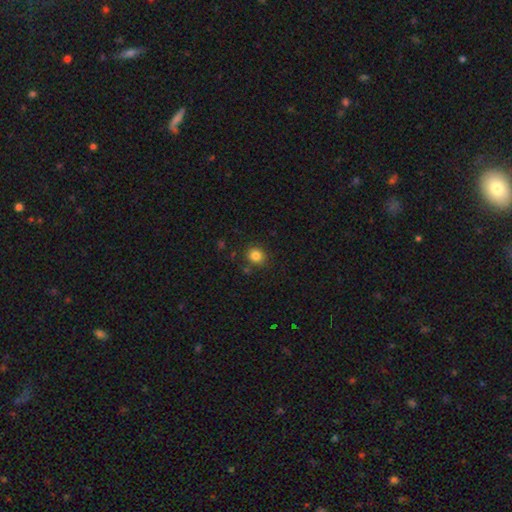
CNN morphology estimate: type=smooth (82%); roundness=round (80%); merging=none (84%).